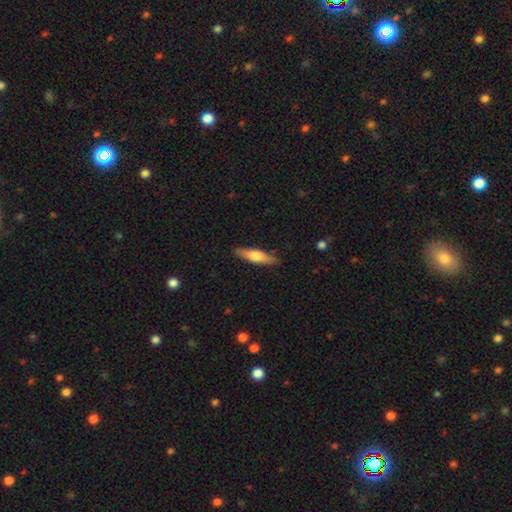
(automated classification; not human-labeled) Morphology: type=smooth (56%); roundness=cigar-shaped (71%); merging=none (88%).